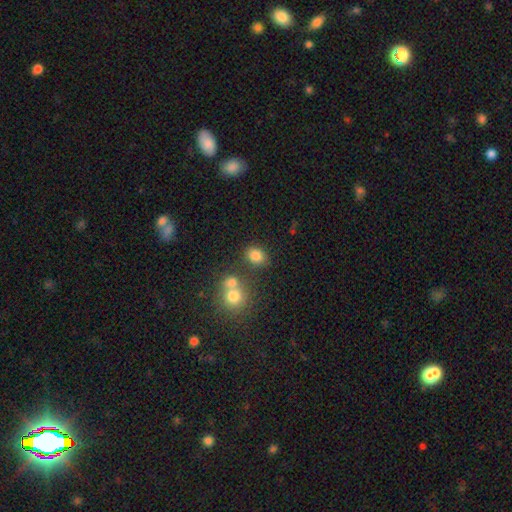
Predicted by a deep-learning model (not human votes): Smooth or featured: smooth — 80% (star or artifact — 13%)
How rounded: in between — 54% (round — 44%)
Merging: none — 70% (merger — 15%)